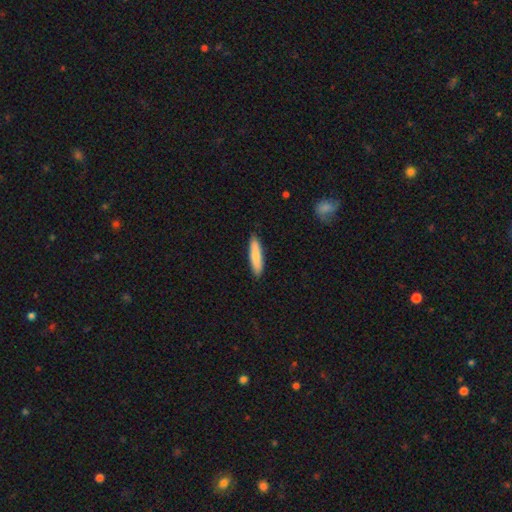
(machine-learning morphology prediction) smooth-or-featured: smooth: 84% | featured or disk: 11% | star or artifact: 5%
  how-rounded: cigar-shaped: 78% | in between: 20% | round: 1%
  merging: none: 89% | minor disturbance: 9% | major disturbance: 2% | merger: 1%